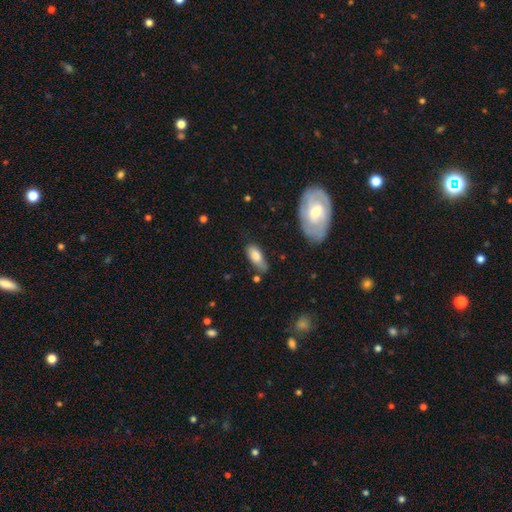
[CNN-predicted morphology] type=smooth (78%); roundness=in between (81%); merging=none (54%).